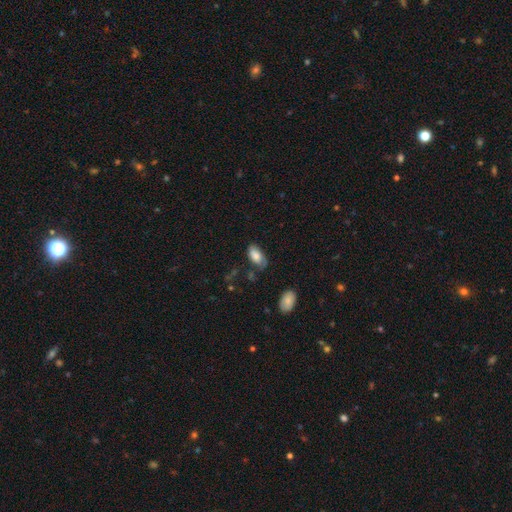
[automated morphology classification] This is likely a smooth galaxy (78%). How rounded: clearly in between (94%). Merging: possibly none (56%).